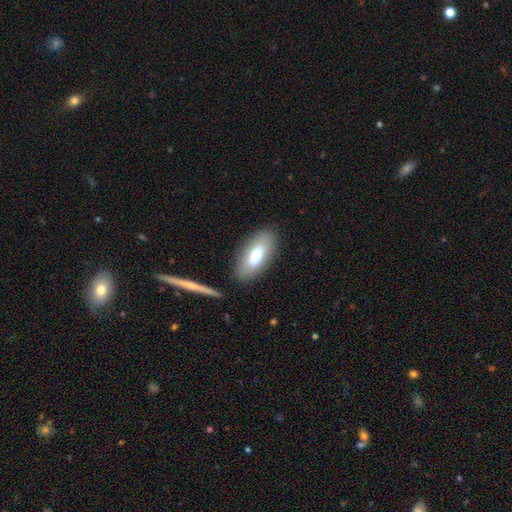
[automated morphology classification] A smooth galaxy with no disk features (76%) that is in between round and cigar-shaped (84%).

Vote fractions:
- Smooth or featured? smooth: 76% / featured or disk: 17% / star or artifact: 6%
- How rounded? in between: 84% / cigar-shaped: 13% / round: 2%
- Merging? none: 82% / minor disturbance: 11% / major disturbance: 4% / merger: 3%